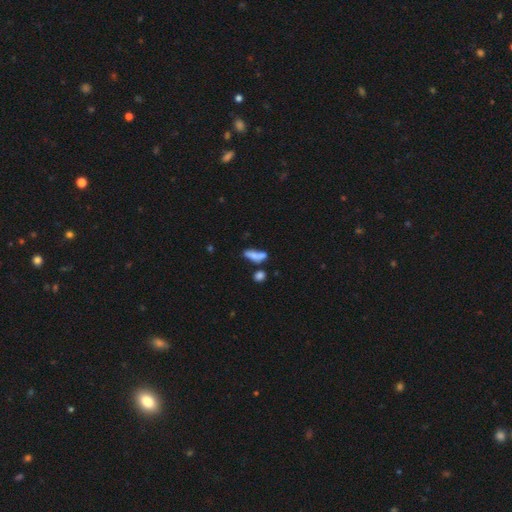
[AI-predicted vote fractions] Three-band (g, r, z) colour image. It shows a smooth galaxy with no disk features (70%) that is in between round and cigar-shaped (63%). Merging: merger (37%).